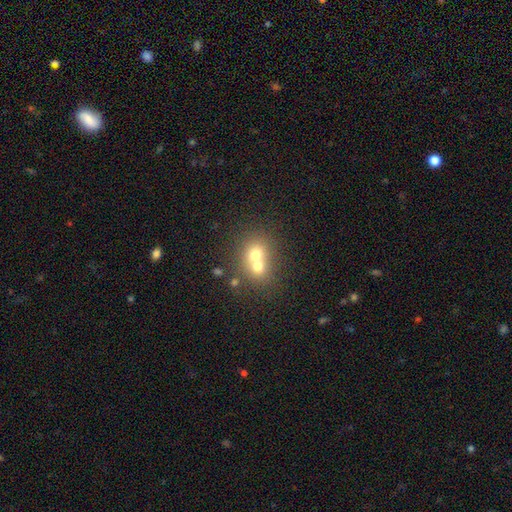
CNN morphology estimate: type=smooth (65%); roundness=round (70%); merging=merger (68%).